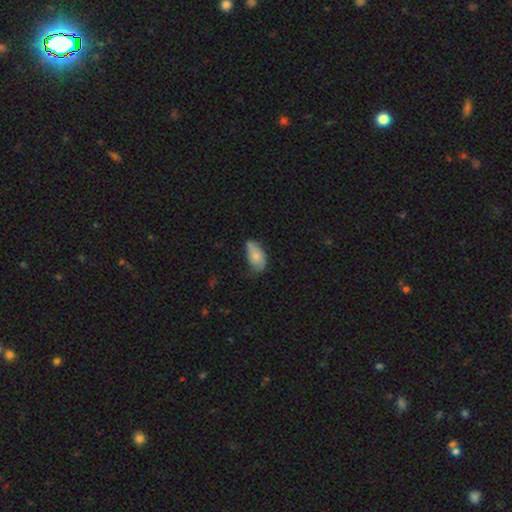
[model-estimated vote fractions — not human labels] smooth_or_featured: smooth (p=0.70) [alt: featured or disk p=0.23]
how_rounded: in between (p=0.92) [alt: round p=0.04]
merging: none (p=0.45) [alt: minor disturbance p=0.41]